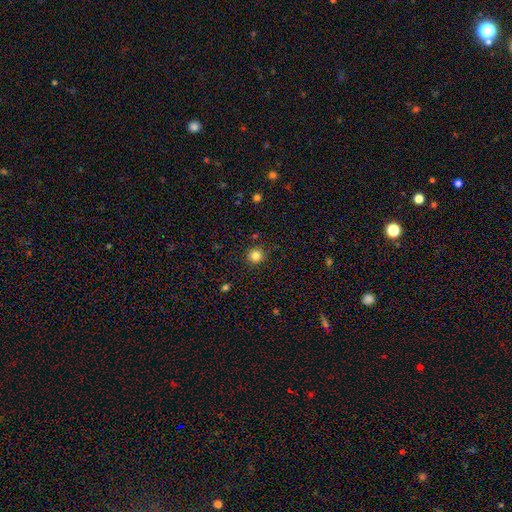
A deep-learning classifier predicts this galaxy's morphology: type=smooth (83%); roundness=round (94%); merging=none (90%).